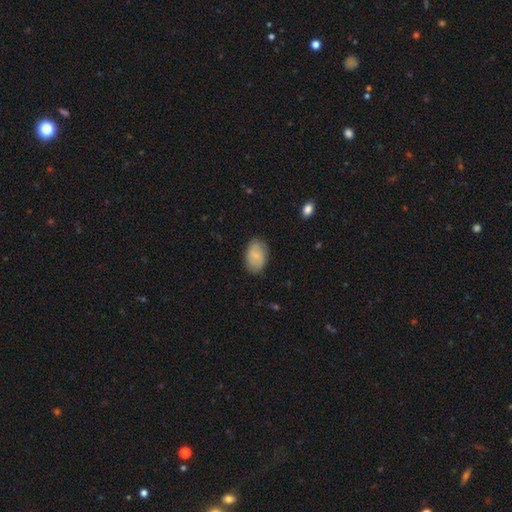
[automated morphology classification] Smooth or featured?
  - smooth: 70% *
  - featured or disk: 23%
  - star or artifact: 7%
How rounded?
  - in between: 88% *
  - round: 10%
  - cigar-shaped: 1%
Merging?
  - none: 82% *
  - minor disturbance: 13%
  - major disturbance: 3%
  - merger: 1%